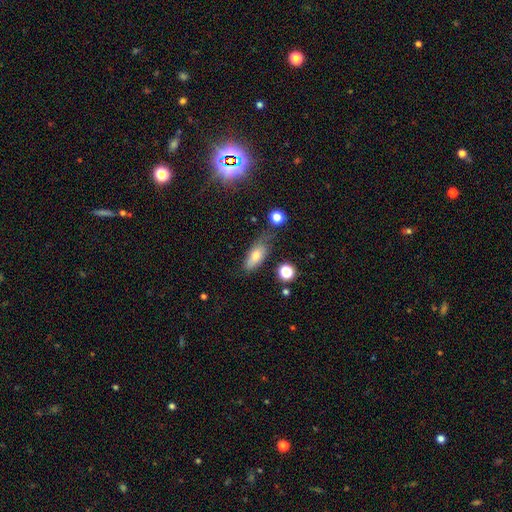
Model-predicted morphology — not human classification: Smooth or featured: smooth — 71% (featured or disk — 19%)
How rounded: in between — 77% (cigar-shaped — 18%)
Merging: none — 53% (minor disturbance — 30%)